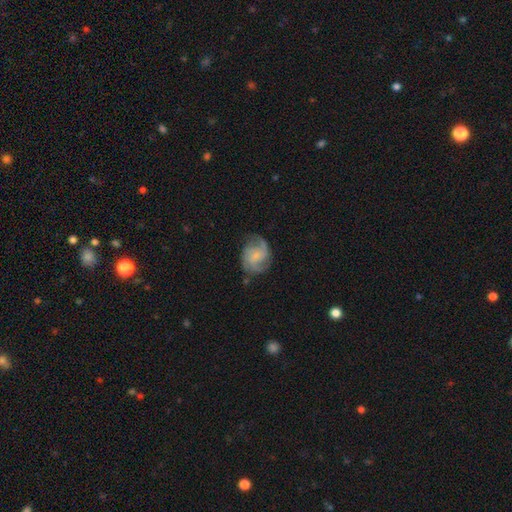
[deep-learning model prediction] Smooth or featured? featured or disk (80%)
Edge-on disk? no (98%)
Bar? no (54%)
Spiral arms? yes (96%)
Spiral winding? medium (51%)
Spiral arm count? 2 (41%)
Bulge size? small (58%)
Merging? none (68%)